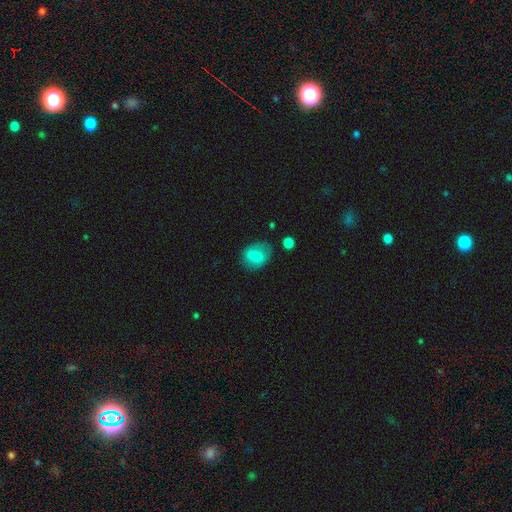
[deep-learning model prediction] Q: Smooth or featured?
A: smooth (75%); runner-up: featured or disk (17%)
Q: How rounded?
A: in between (63%); runner-up: round (36%)
Q: Merging?
A: none (67%); runner-up: minor disturbance (22%)